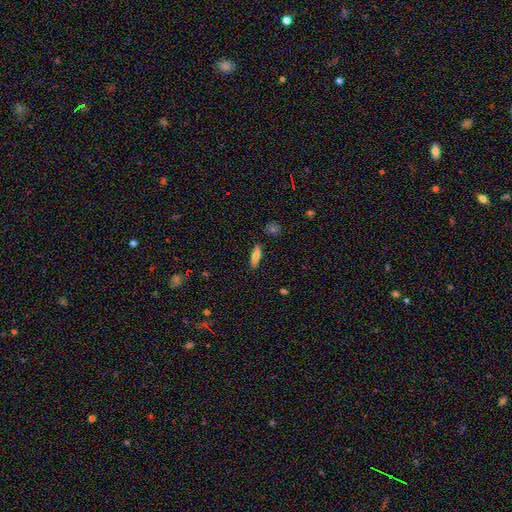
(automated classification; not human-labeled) smooth-or-featured: smooth: 69% | featured or disk: 23% | star or artifact: 7%
  how-rounded: in between: 50% | cigar-shaped: 47% | round: 3%
  merging: none: 88% | minor disturbance: 8% | major disturbance: 2% | merger: 2%